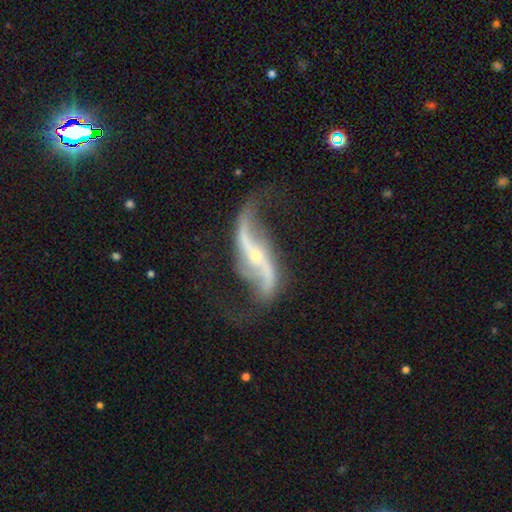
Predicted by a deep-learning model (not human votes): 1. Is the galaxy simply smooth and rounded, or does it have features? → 92% featured or disk, 5% star or artifact, 3% smooth.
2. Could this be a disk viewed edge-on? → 94% no, 6% yes.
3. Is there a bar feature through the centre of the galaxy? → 39% strong, 34% no, 27% weak.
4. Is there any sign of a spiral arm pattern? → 97% yes, 3% no.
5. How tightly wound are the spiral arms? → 89% loose, 8% medium, 3% tight.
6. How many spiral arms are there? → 94% 2, 2% 1, 1% can't tell, 1% 3, 1% 4, 1% more than 4.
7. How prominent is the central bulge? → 74% small, 22% moderate, 2% none, 1% large, 1% dominant.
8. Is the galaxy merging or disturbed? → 69% none, 17% minor disturbance, 11% major disturbance, 3% merger.